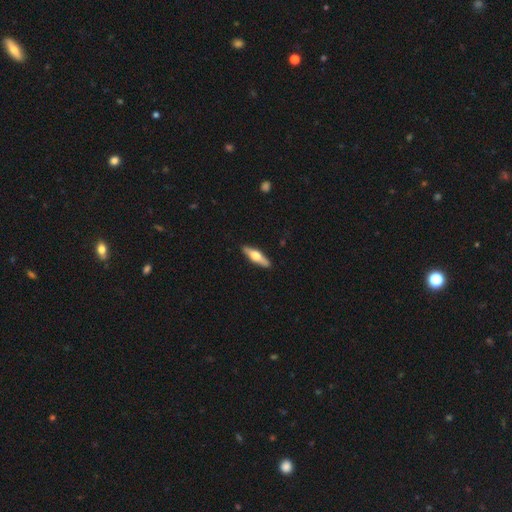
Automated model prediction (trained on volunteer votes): Smooth or featured? featured or disk (52%)
Edge-on disk? yes (92%)
Merging? none (90%)